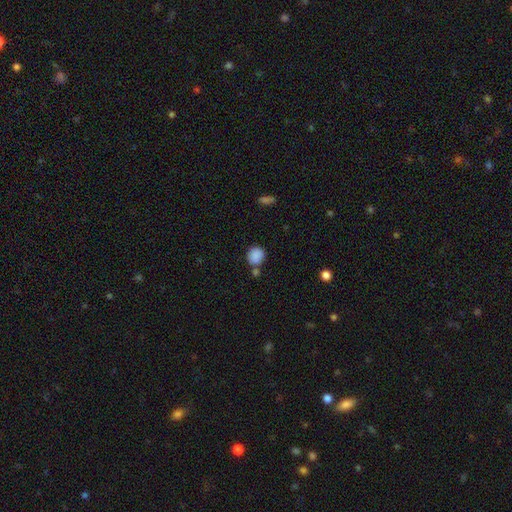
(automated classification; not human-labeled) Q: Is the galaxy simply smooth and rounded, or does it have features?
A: smooth — 87%.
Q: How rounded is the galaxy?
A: round — 84%.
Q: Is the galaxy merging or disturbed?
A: none — 66%.